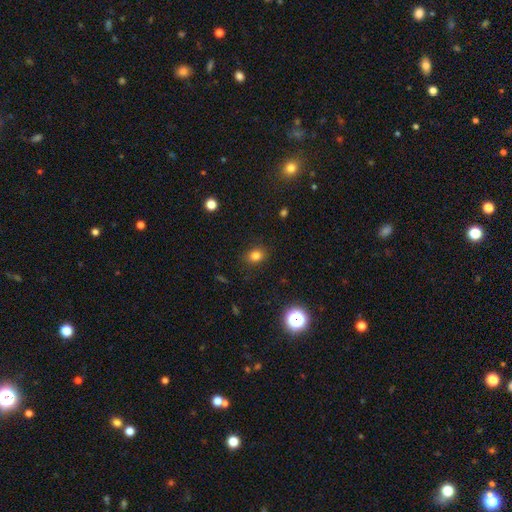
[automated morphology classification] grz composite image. It shows a smooth galaxy with no disk features (79%) that is round (57%). Merging: none (87%).